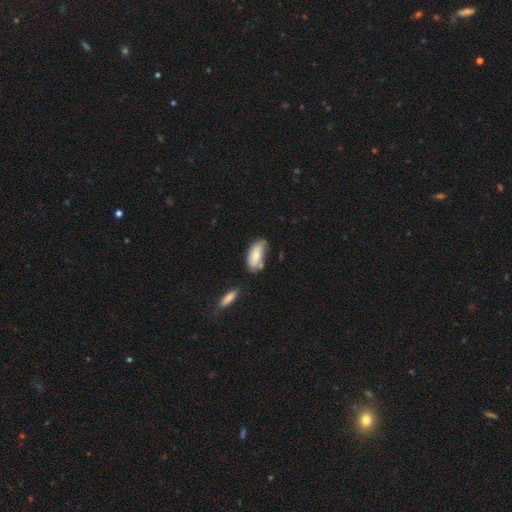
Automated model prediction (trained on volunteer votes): Smooth or featured?
  - smooth: 75% *
  - featured or disk: 18%
  - star or artifact: 7%
How rounded?
  - in between: 87% *
  - cigar-shaped: 11%
  - round: 2%
Merging?
  - none: 49% *
  - minor disturbance: 30%
  - merger: 12%
  - major disturbance: 8%